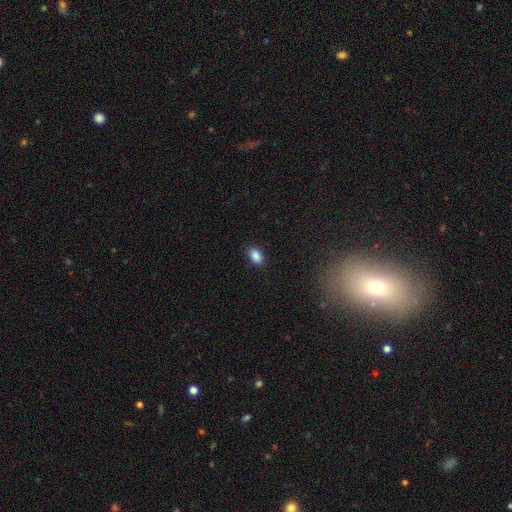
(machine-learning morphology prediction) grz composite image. It shows a smooth galaxy with no disk features (87%) that is in between round and cigar-shaped (84%). Merging: none (88%).